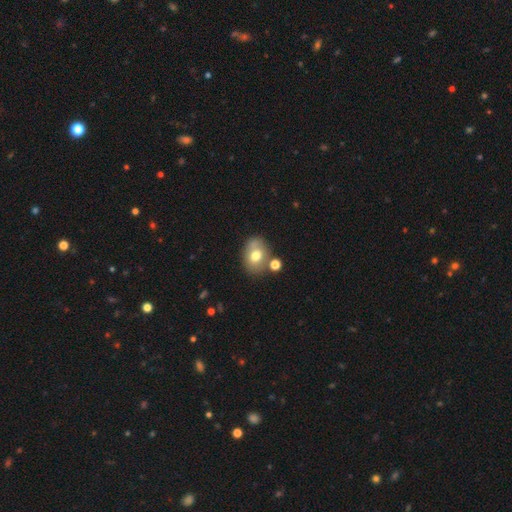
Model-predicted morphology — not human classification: Smooth or featured?
  - smooth: 70% *
  - featured or disk: 20%
  - star or artifact: 10%
How rounded?
  - in between: 65% *
  - round: 34%
  - cigar-shaped: 1%
Merging?
  - none: 64% *
  - minor disturbance: 16%
  - merger: 15%
  - major disturbance: 5%